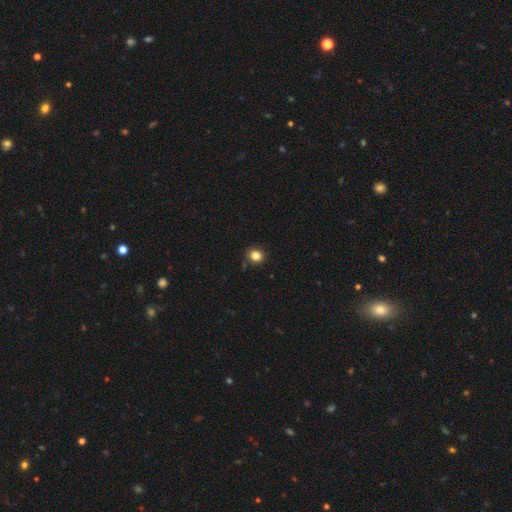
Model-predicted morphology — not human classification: Smooth or featured?
  - smooth: 83% *
  - star or artifact: 12%
  - featured or disk: 5%
How rounded?
  - round: 82% *
  - in between: 17%
  - cigar-shaped: 1%
Merging?
  - none: 88% *
  - minor disturbance: 8%
  - major disturbance: 2%
  - merger: 2%